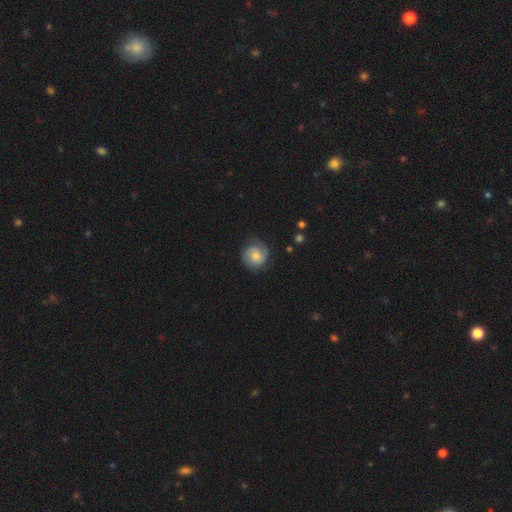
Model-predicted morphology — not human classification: This appears to be a featured or disk galaxy (54%) with no bar (73%), spiral arms (90%) and a small central bulge (45%). Merging: none (72%).